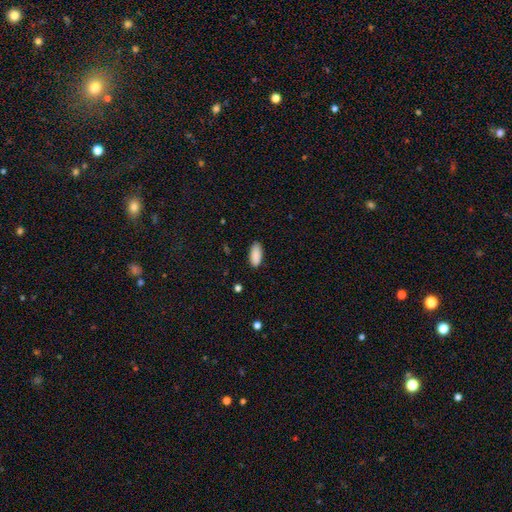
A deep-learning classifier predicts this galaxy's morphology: The model was most divided on "merging": none: 86%, minor disturbance: 10%, major disturbance: 2%, merger: 1%. More confident: smooth or featured — smooth (90%); how rounded — in between (88%).